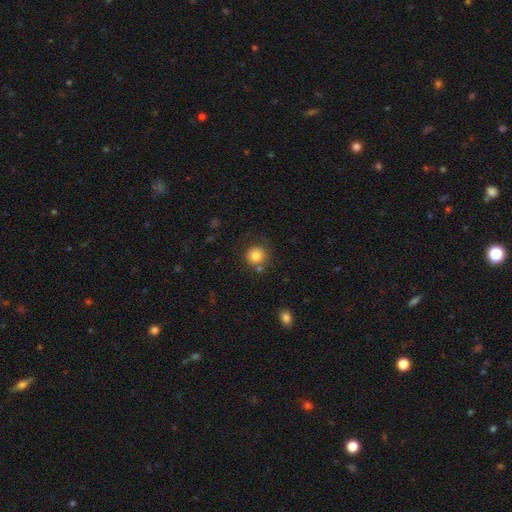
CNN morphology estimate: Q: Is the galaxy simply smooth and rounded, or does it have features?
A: smooth — 82%.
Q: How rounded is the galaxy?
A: round — 92%.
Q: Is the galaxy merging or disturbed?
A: none — 75%.